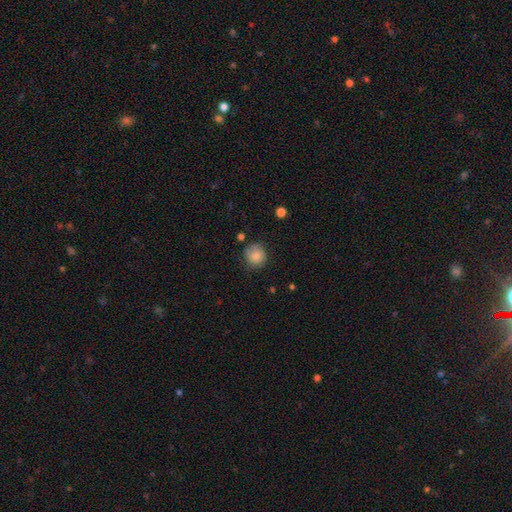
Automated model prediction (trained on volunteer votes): Morphology: type=smooth (80%); roundness=round (87%); merging=none (68%).